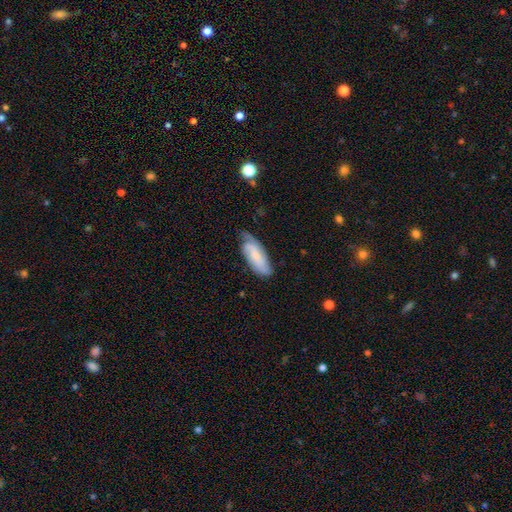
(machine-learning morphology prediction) A featured or disk galaxy (50%).

Vote fractions:
- Smooth or featured? featured or disk: 50% / smooth: 43% / star or artifact: 7%
- Merging? none: 58% / minor disturbance: 30% / major disturbance: 9% / merger: 2%